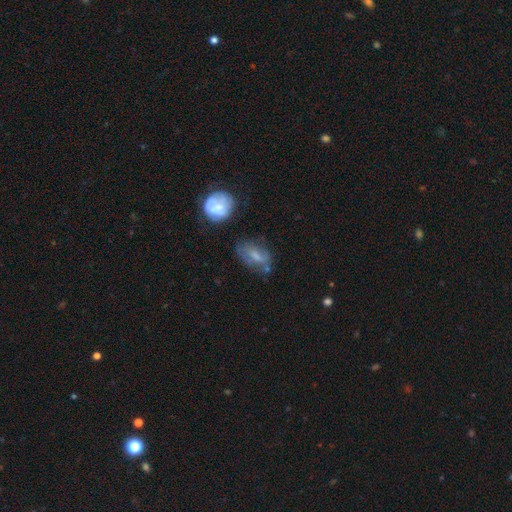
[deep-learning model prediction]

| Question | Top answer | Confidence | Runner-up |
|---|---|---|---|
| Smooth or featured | smooth | 52% | featured or disk (38%) |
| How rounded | in between | 84% | round (10%) |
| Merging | none | 53% | minor disturbance (27%) |